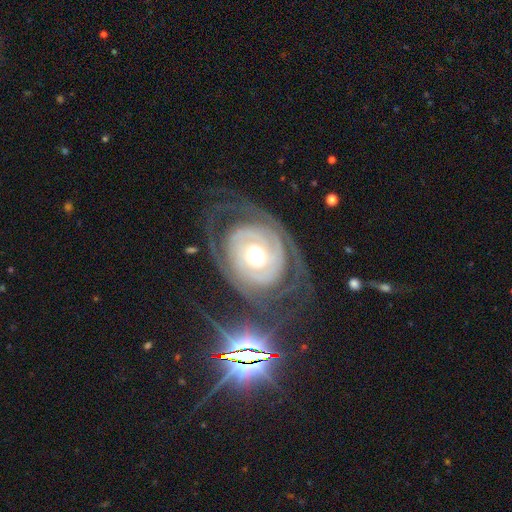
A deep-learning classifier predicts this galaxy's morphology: Smooth or featured: featured or disk — 83% (smooth — 11%)
Edge-on disk: no — 96% (yes — 4%)
Bar: no — 78% (weak — 14%)
Spiral arms: yes — 80% (no — 20%)
Spiral winding: tight — 58% (medium — 28%)
Spiral arm count: 2 — 57% (can't tell — 20%)
Bulge size: moderate — 59% (large — 29%)
Merging: none — 66% (major disturbance — 16%)